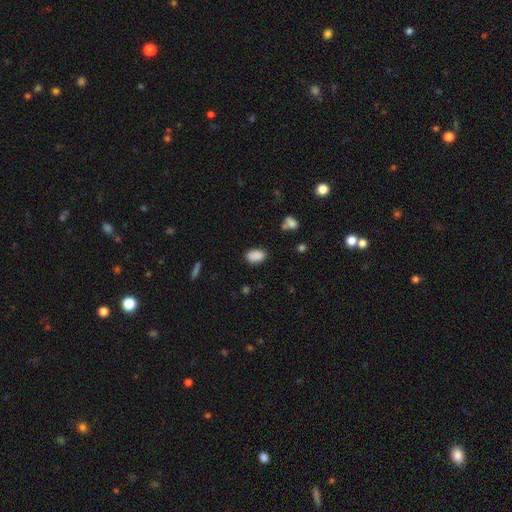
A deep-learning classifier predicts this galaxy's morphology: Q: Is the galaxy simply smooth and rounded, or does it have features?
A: smooth — 88%.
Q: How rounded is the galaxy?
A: in between — 88%.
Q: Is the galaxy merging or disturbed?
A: none — 82%.